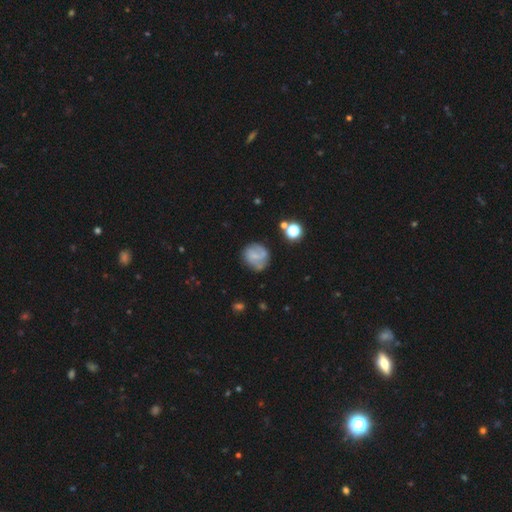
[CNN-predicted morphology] smooth_or_featured: smooth (p=0.50) [alt: featured or disk p=0.39]
how_rounded: round (p=0.82) [alt: in between p=0.17]
merging: none (p=0.62) [alt: minor disturbance p=0.22]